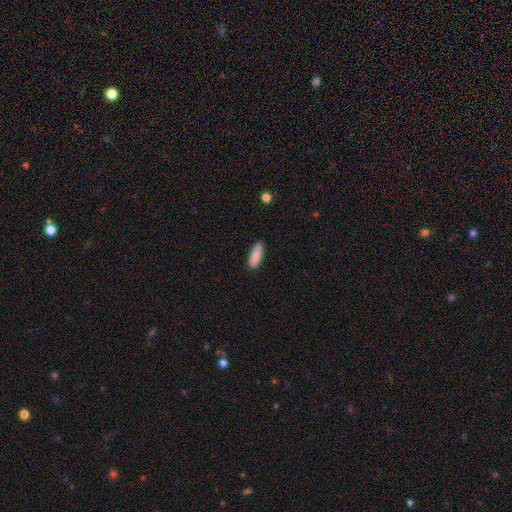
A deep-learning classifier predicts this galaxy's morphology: Smooth or featured? smooth (89%)
How rounded? in between (65%)
Merging? none (88%)